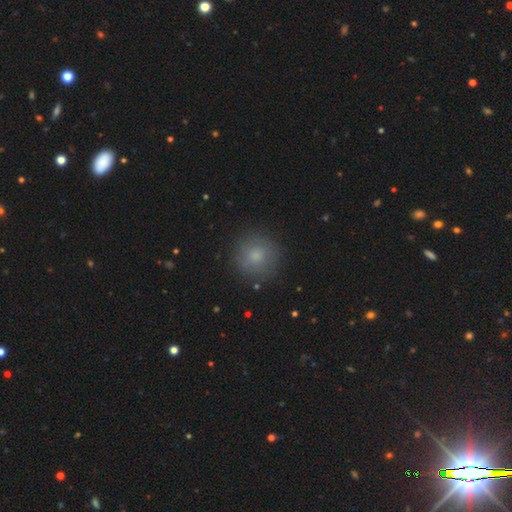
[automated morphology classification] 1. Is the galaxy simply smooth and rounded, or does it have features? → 79% smooth, 11% star or artifact, 10% featured or disk.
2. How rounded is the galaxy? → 94% round, 5% in between, 1% cigar-shaped.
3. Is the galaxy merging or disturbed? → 87% none, 9% minor disturbance, 3% major disturbance, 1% merger.